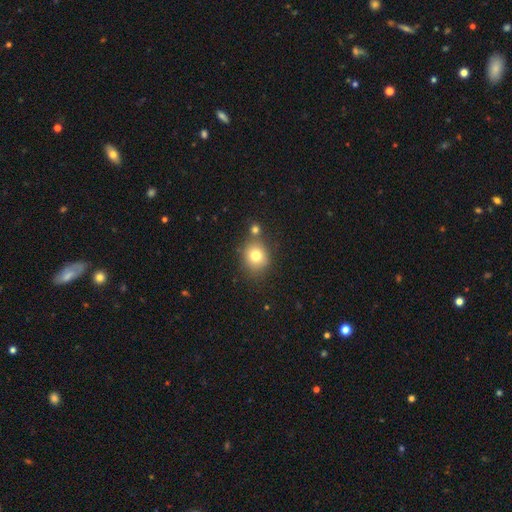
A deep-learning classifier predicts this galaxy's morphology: Smooth or featured?
  - smooth: 77% *
  - star or artifact: 12%
  - featured or disk: 11%
How rounded?
  - round: 74% *
  - in between: 25%
  - cigar-shaped: 1%
Merging?
  - none: 66% *
  - merger: 18%
  - minor disturbance: 12%
  - major disturbance: 4%